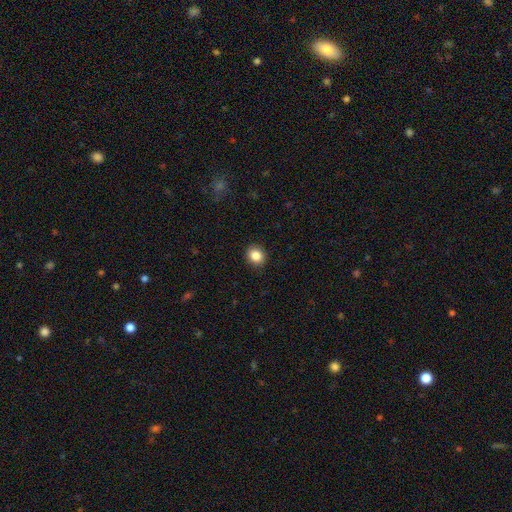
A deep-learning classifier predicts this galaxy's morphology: This is clearly a smooth galaxy (86%). How rounded: likely round (75%). Merging: clearly none (90%).